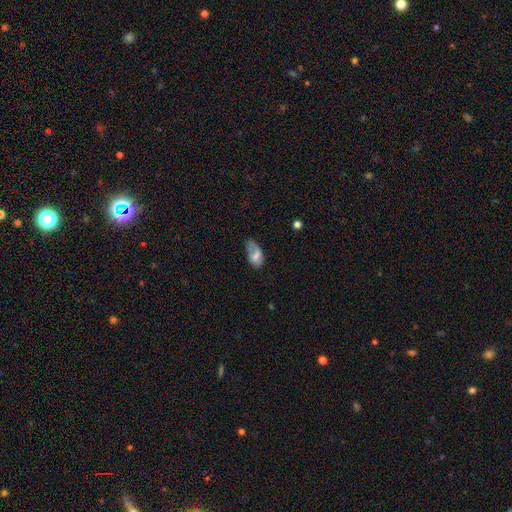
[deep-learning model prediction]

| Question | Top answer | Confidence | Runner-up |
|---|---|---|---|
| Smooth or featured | smooth | 66% | featured or disk (25%) |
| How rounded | in between | 92% | round (5%) |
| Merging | minor disturbance | 36% | none (31%) |